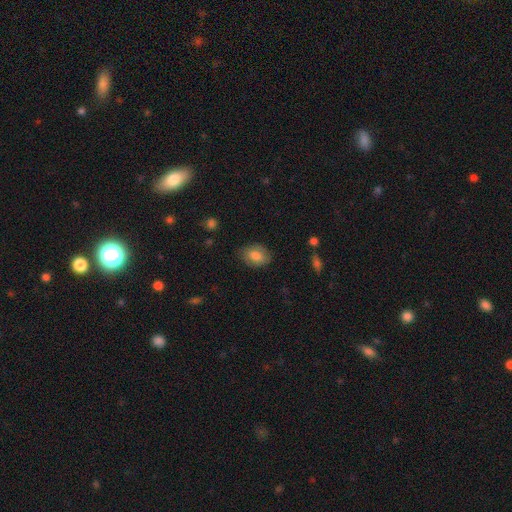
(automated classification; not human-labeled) A smooth galaxy with no disk features (77%) that is in between round and cigar-shaped (79%).

Vote fractions:
- Smooth or featured? smooth: 77% / featured or disk: 16% / star or artifact: 8%
- How rounded? in between: 79% / round: 19% / cigar-shaped: 1%
- Merging? none: 78% / minor disturbance: 16% / major disturbance: 4% / merger: 1%